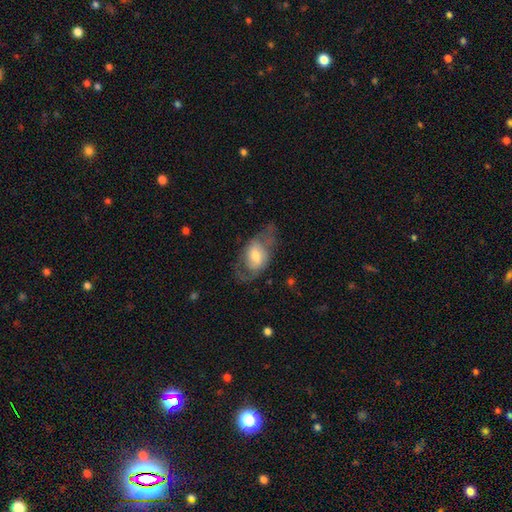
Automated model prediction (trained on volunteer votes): The model was most divided on "bar": no: 45%, weak: 41%, strong: 13%. Remaining: edge-on disk — no (92%); spiral arms — yes (69%); smooth or featured — featured or disk (56%); bulge size — moderate (53%); merging — none (48%).